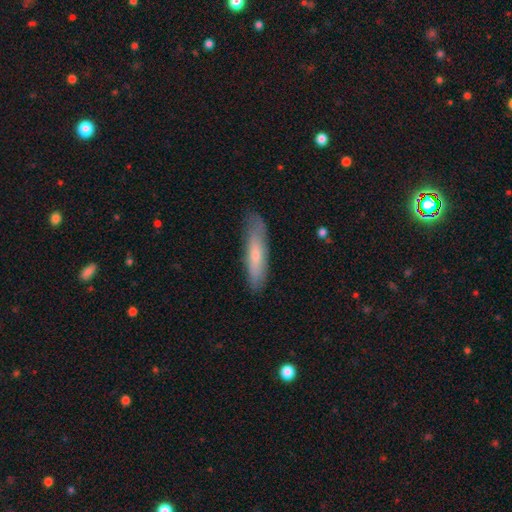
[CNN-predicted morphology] Smooth or featured?
  - smooth: 62% *
  - featured or disk: 32%
  - star or artifact: 6%
How rounded?
  - cigar-shaped: 79% *
  - in between: 20%
  - round: 2%
Merging?
  - none: 79% *
  - minor disturbance: 16%
  - major disturbance: 3%
  - merger: 1%